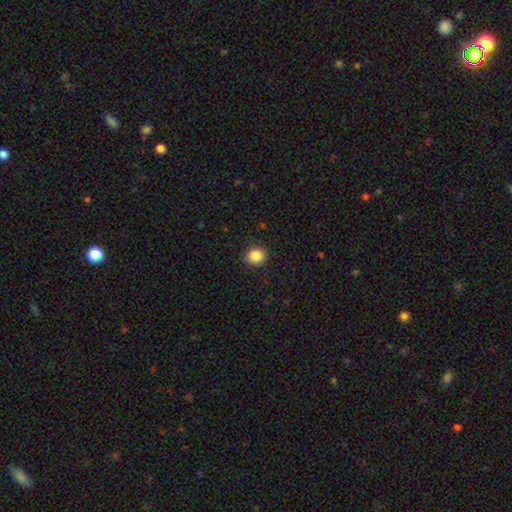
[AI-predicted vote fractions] Q: Smooth or featured?
A: smooth (86%); runner-up: star or artifact (10%)
Q: How rounded?
A: round (79%); runner-up: in between (20%)
Q: Merging?
A: none (88%); runner-up: minor disturbance (9%)